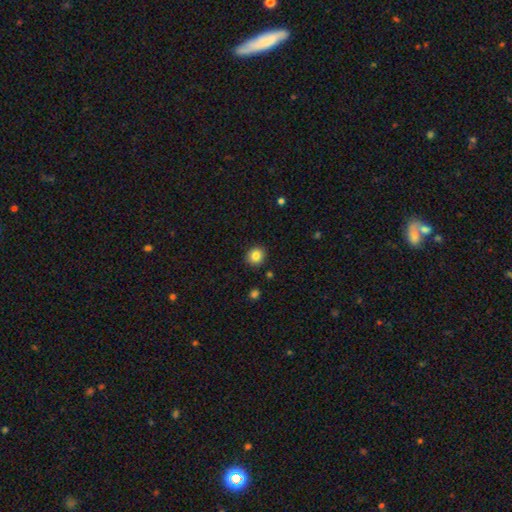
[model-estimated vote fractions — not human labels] Q: Smooth or featured?
A: smooth (84%); runner-up: star or artifact (10%)
Q: How rounded?
A: round (84%); runner-up: in between (15%)
Q: Merging?
A: none (89%); runner-up: minor disturbance (7%)